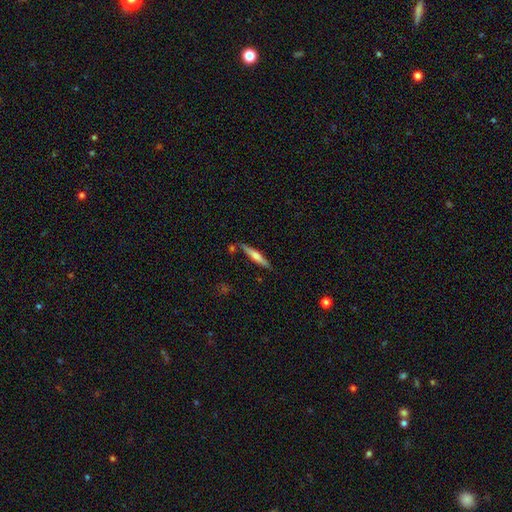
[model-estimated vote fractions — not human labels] Overall: smooth (49%; featured or disk 45%). Merging: none (82%).